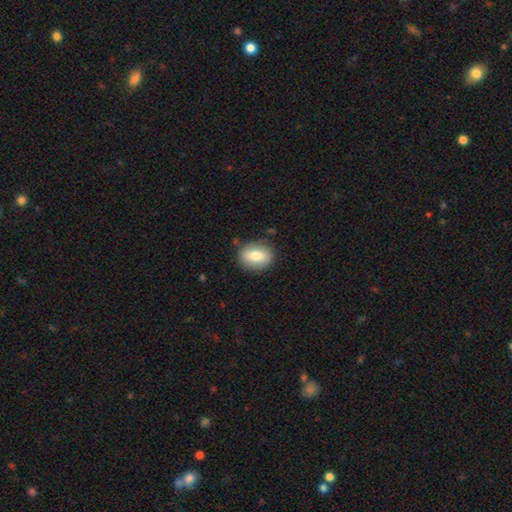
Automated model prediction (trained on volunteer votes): smooth_or_featured: smooth (p=0.78) [alt: featured or disk p=0.14]
how_rounded: in between (p=0.59) [alt: round p=0.39]
merging: none (p=0.84) [alt: minor disturbance p=0.12]